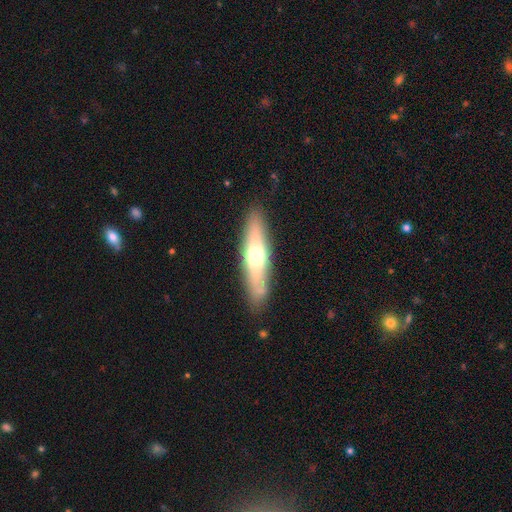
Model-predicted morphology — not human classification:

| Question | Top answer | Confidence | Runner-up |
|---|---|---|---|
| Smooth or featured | smooth | 49% | featured or disk (45%) |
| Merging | none | 85% | minor disturbance (10%) |